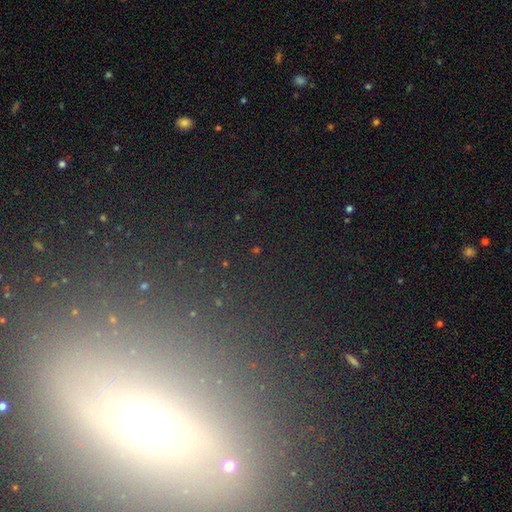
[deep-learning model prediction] Overall: star or artifact (43%; smooth 32%).